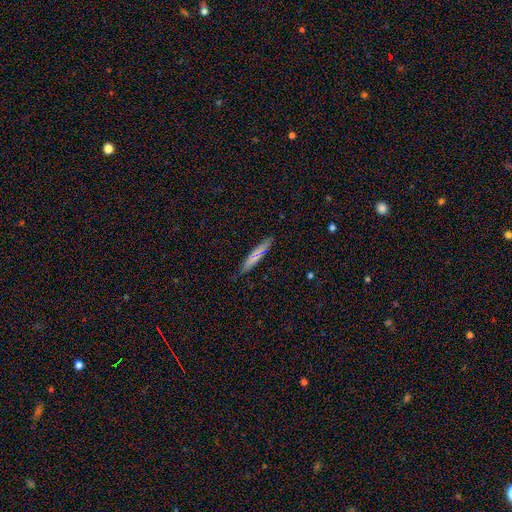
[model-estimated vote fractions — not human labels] A smooth galaxy with no disk features (65%) that is cigar-shaped (87%).

Vote fractions:
- Smooth or featured? smooth: 65% / featured or disk: 27% / star or artifact: 8%
- How rounded? cigar-shaped: 87% / in between: 11% / round: 2%
- Merging? none: 85% / minor disturbance: 12% / major disturbance: 2% / merger: 1%